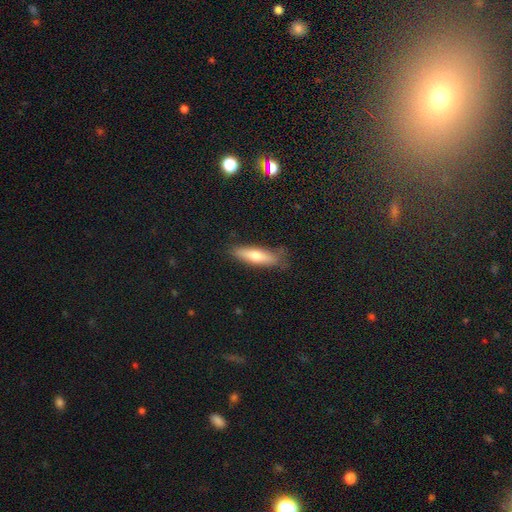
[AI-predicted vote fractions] A smooth galaxy with no disk features (64%) that is cigar-shaped (72%).

Vote fractions:
- Smooth or featured? smooth: 64% / featured or disk: 29% / star or artifact: 6%
- How rounded? cigar-shaped: 72% / in between: 26% / round: 2%
- Merging? none: 77% / minor disturbance: 17% / major disturbance: 4% / merger: 2%